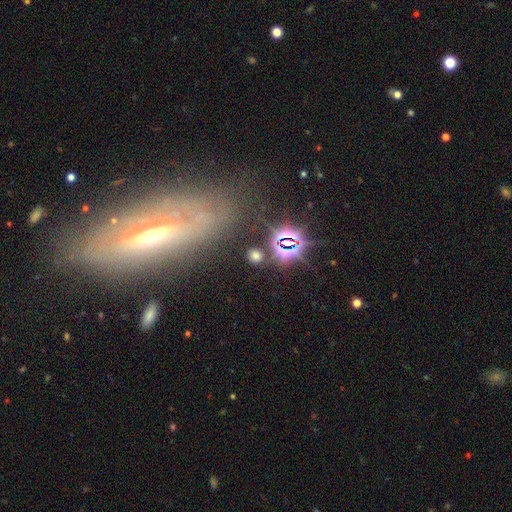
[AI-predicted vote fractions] Overall: smooth (53%; star or artifact 39%). How rounded: round (78%). Merging: none (85%).